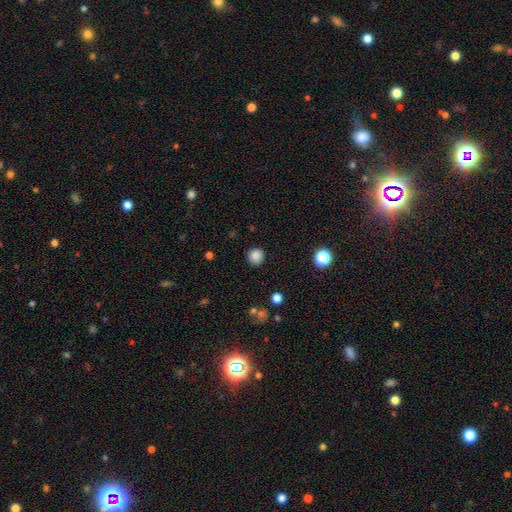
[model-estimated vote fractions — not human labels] smooth_or_featured: smooth (p=0.85) [alt: star or artifact p=0.11]
how_rounded: round (p=0.93) [alt: in between p=0.06]
merging: none (p=0.88) [alt: minor disturbance p=0.08]